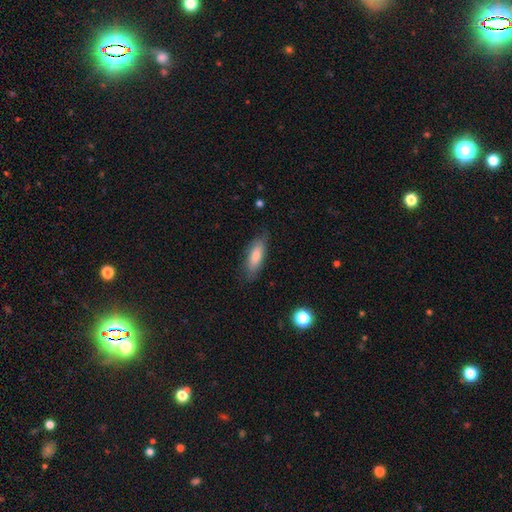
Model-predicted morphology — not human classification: Overall: smooth (75%). How rounded: in between (57%; cigar-shaped 41%). Merging: none (79%).